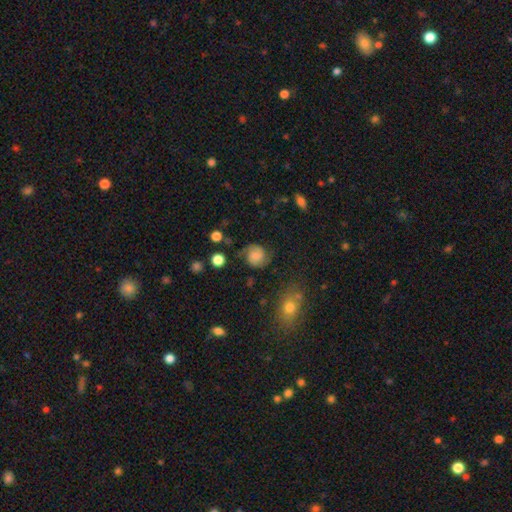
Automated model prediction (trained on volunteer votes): Smooth or featured? featured or disk (57%)
Edge-on disk? no (98%)
Bar? no (56%)
Spiral arms? yes (93%)
Spiral winding? medium (48%)
Spiral arm count? 2 (88%)
Bulge size? none (39%)
Merging? none (69%)